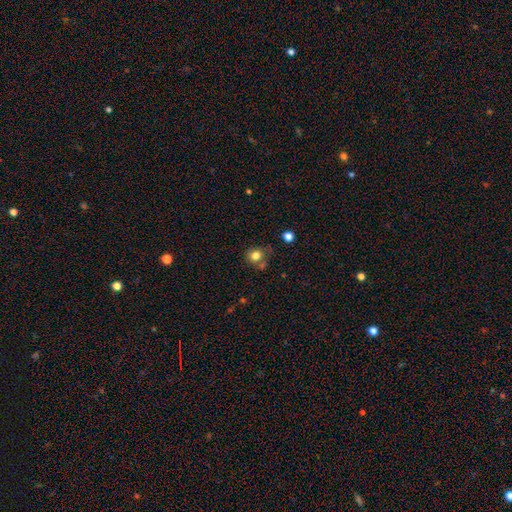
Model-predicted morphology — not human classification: This is likely a smooth galaxy (79%). How rounded: likely round (78%). Merging: likely none (60%).